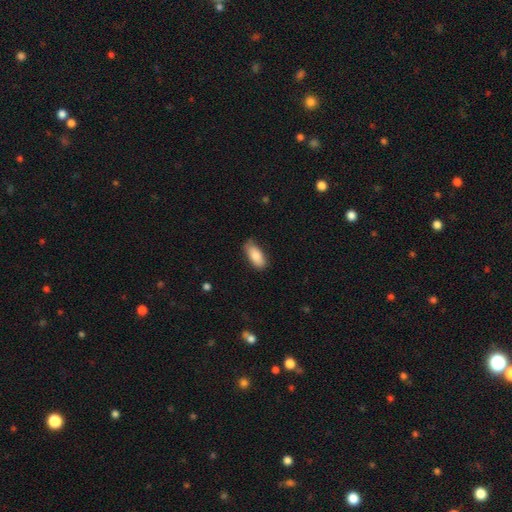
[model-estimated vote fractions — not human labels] This appears to be a smooth galaxy with no disk features (81%) that is in between round and cigar-shaped (87%). Merging: none (77%).